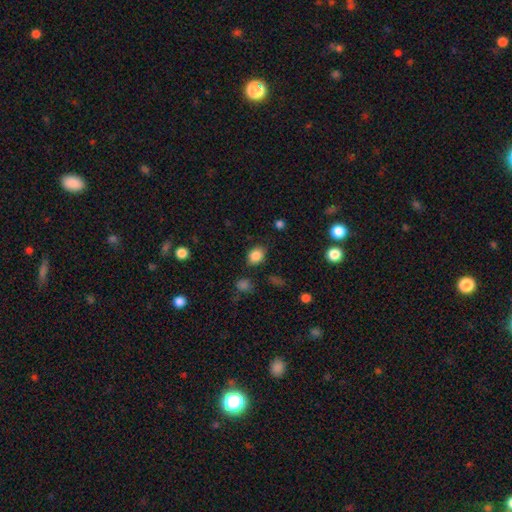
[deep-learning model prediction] smooth 85%, star or artifact 10%, featured or disk 5%. Down the decision tree: how rounded — in between (56%); merging — none (80%).